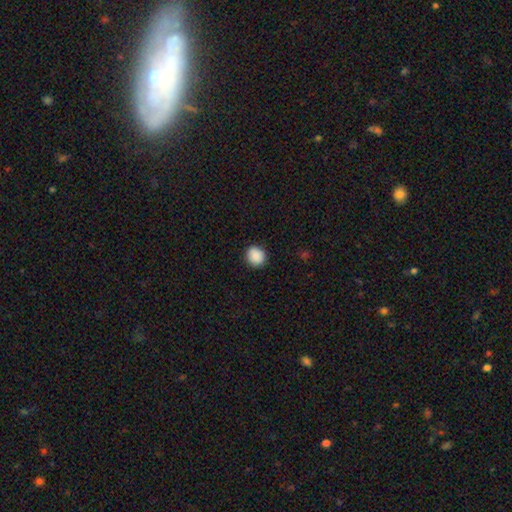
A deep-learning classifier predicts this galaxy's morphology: smooth 89%, star or artifact 8%, featured or disk 3%. Down the decision tree: how rounded — round (83%); merging — none (90%).